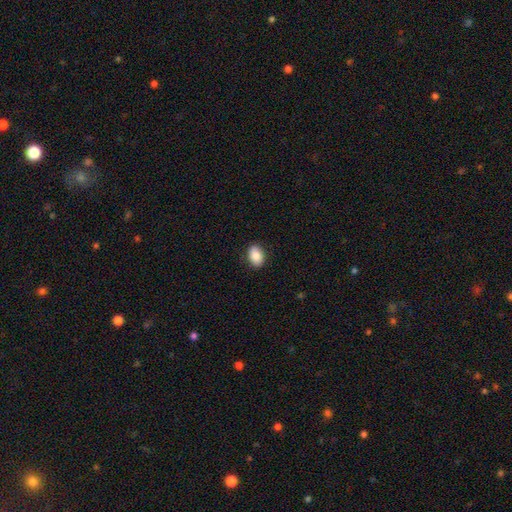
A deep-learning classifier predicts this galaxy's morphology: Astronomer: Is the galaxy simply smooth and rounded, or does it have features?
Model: smooth — 86%.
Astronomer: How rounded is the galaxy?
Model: in between — 83%.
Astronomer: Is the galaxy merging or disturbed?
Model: none — 88%.